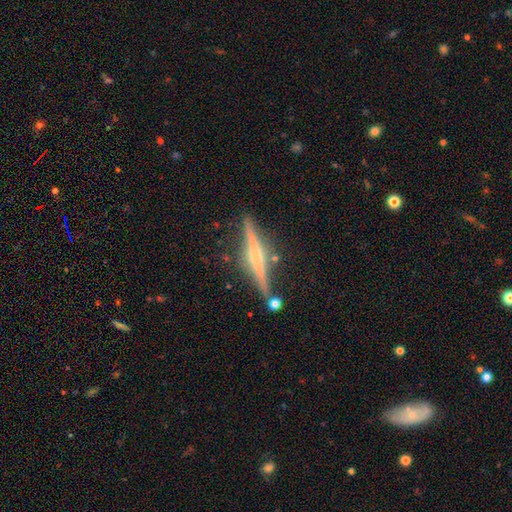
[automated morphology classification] Overall: featured or disk (77%). Edge-on disk: yes (98%). Edge-on bulge: rounded (77%). Merging: none (83%).